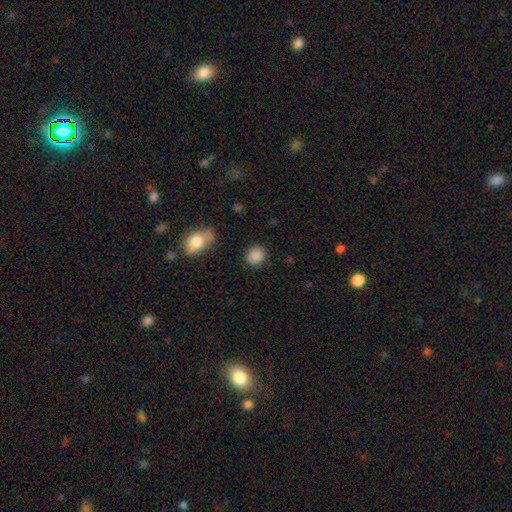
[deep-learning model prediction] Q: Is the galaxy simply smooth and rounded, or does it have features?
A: smooth — 88%.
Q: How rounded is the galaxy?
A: round — 65%.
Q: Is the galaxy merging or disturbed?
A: none — 85%.